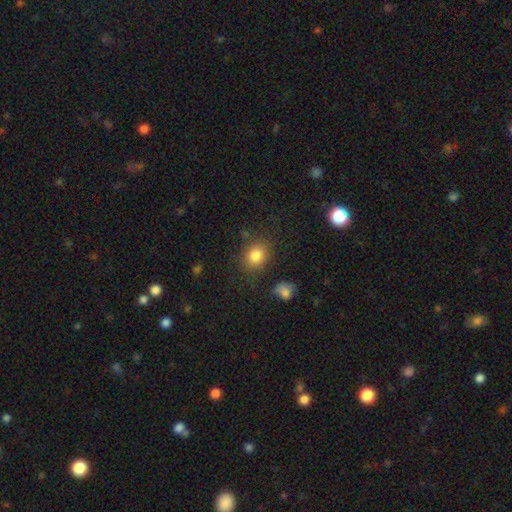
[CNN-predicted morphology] The model was most divided on "how rounded": round: 59%, in between: 40%, cigar-shaped: 1%. More confident: smooth or featured — smooth (83%); merging — none (79%).